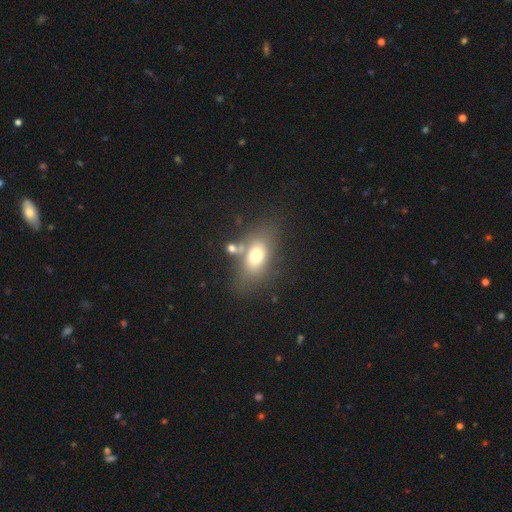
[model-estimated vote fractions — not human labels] This is likely a smooth galaxy (70%). How rounded: likely in between (80%). Merging: possibly none (60%).